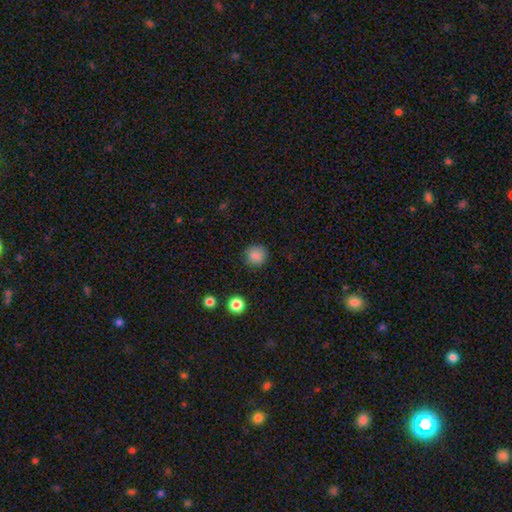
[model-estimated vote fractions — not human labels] This appears to be a smooth galaxy with no disk features (85%) that is round (91%). Merging: none (88%).